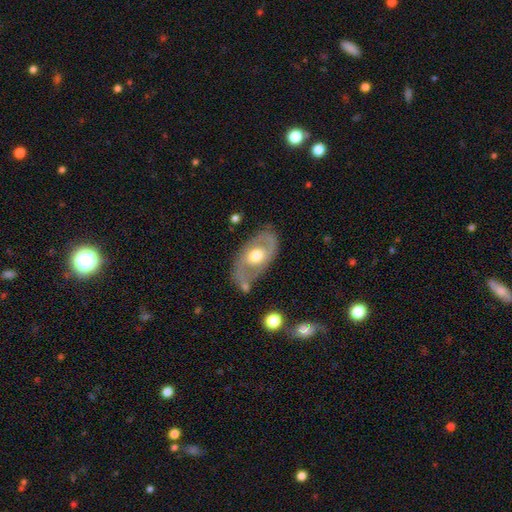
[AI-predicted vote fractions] This appears to be a featured or disk galaxy (68%) with no bar (73%), spiral arms (55%) and a moderate central bulge (64%). Merging: none (70%).